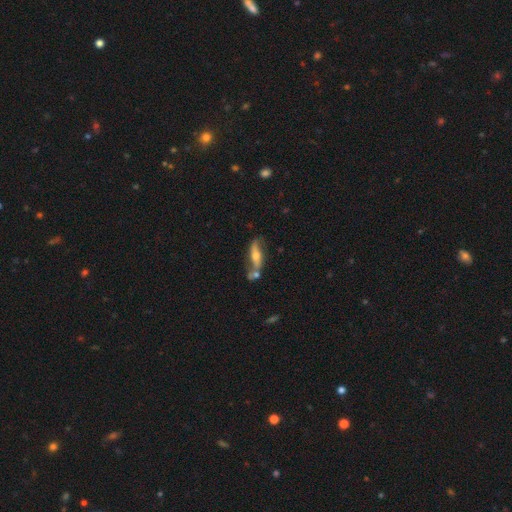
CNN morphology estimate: This is possibly a featured or disk galaxy (58%). It is possibly viewed edge-on (51%). Merging: possibly none (49%).